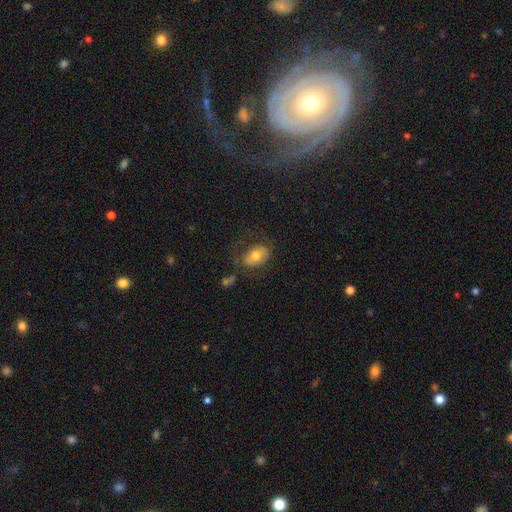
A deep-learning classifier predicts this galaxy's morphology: Smooth or featured? Predicted: smooth (p=0.60). How rounded? Predicted: in between (p=0.79). Merging? Predicted: none (p=0.58).